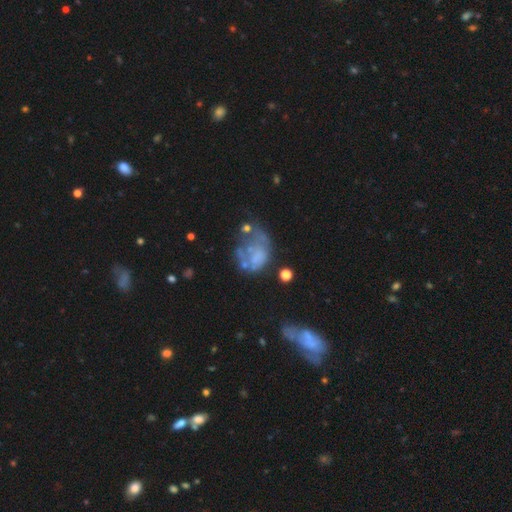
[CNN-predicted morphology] Overall: featured or disk (49%; smooth 37%). Merging: major disturbance (35%; none 28%).